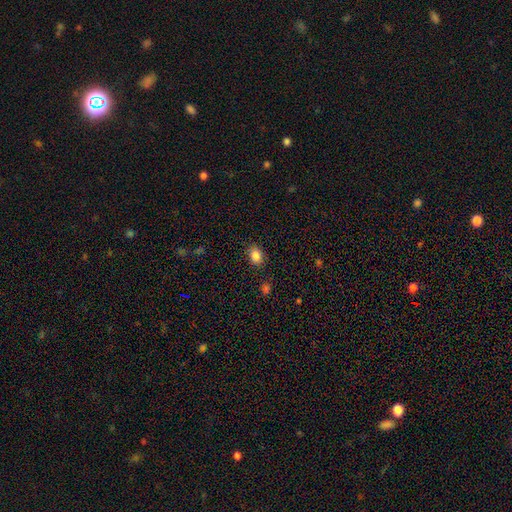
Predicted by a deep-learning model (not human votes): A smooth galaxy with no disk features (85%) that is in between round and cigar-shaped (66%).

Vote fractions:
- Smooth or featured? smooth: 85% / star or artifact: 10% / featured or disk: 5%
- How rounded? in between: 66% / round: 33% / cigar-shaped: 1%
- Merging? none: 87% / minor disturbance: 9% / major disturbance: 2% / merger: 1%